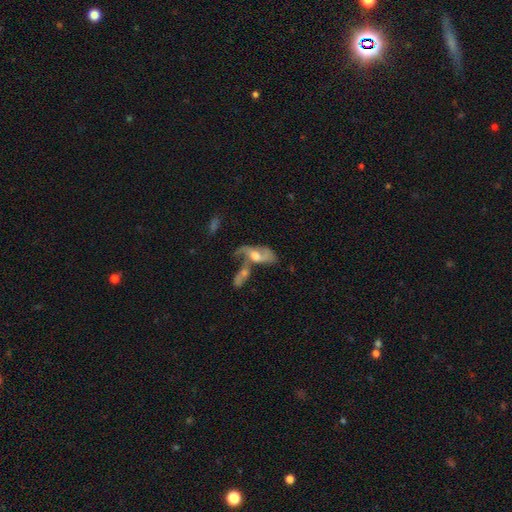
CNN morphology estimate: Overall: featured or disk (65%; smooth 27%). Edge-on disk: no (88%). Bar: no (60%; weak 31%). Spiral arms: yes (72%). Bulge size: moderate (61%). Merging: merger (60%).